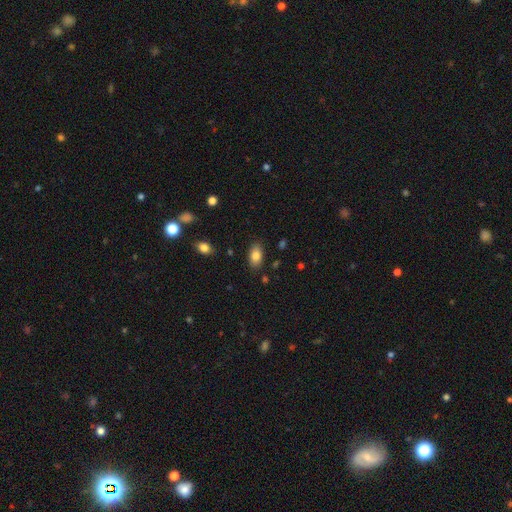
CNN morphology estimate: Smooth or featured: smooth — 83% (featured or disk — 9%)
How rounded: in between — 92% (round — 6%)
Merging: none — 85% (minor disturbance — 11%)